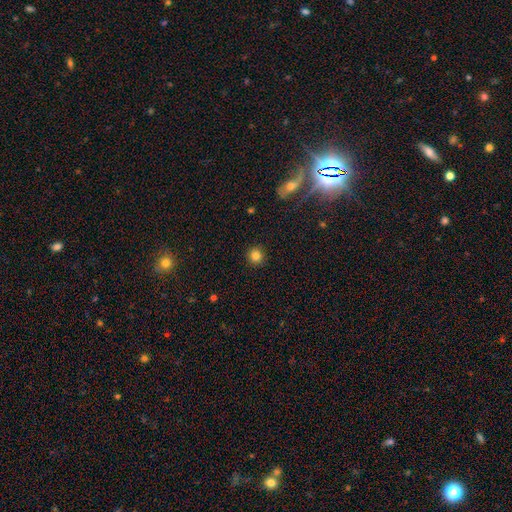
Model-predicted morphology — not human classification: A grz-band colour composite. It shows a smooth galaxy with no disk features (84%) that is round (95%). Merging: none (92%).